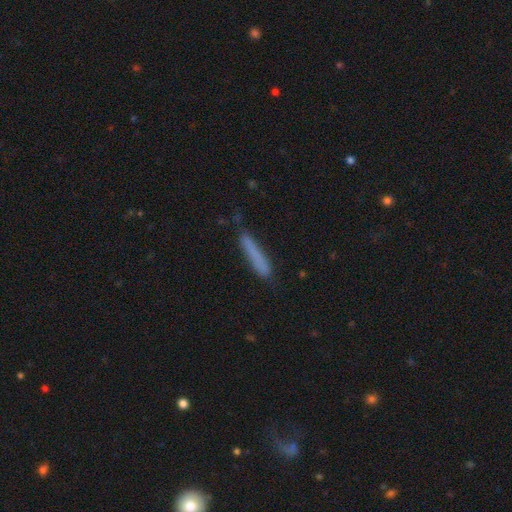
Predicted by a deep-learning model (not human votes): Smooth or featured: smooth — 77% (featured or disk — 15%)
How rounded: cigar-shaped — 94% (in between — 5%)
Merging: none — 80% (minor disturbance — 15%)